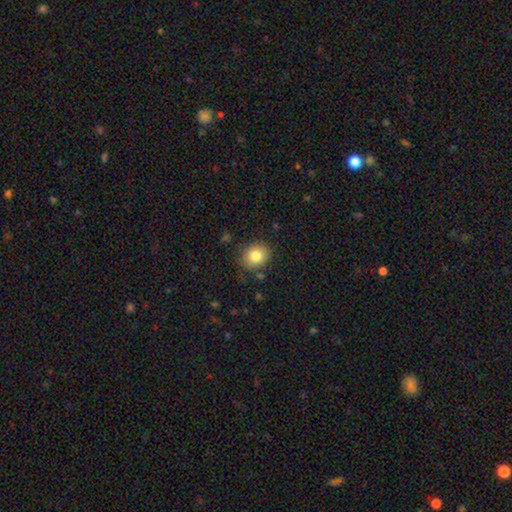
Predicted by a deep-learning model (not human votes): A smooth galaxy with no disk features (81%) that is round (63%).

Vote fractions:
- Smooth or featured? smooth: 81% / star or artifact: 9% / featured or disk: 9%
- How rounded? round: 63% / in between: 37% / cigar-shaped: 1%
- Merging? none: 82% / minor disturbance: 13% / major disturbance: 3% / merger: 2%